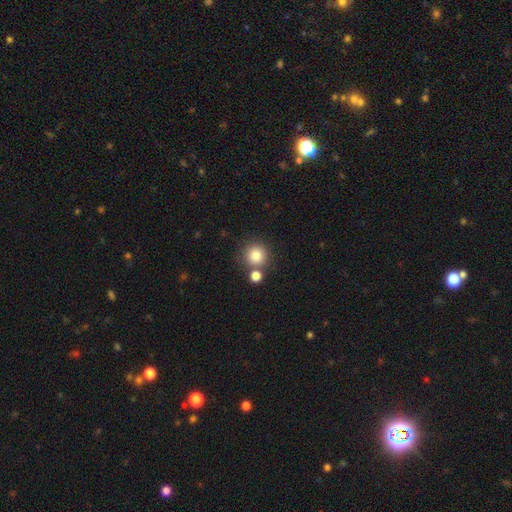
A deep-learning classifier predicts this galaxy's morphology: Smooth or featured? smooth (83%)
How rounded? round (93%)
Merging? none (70%)